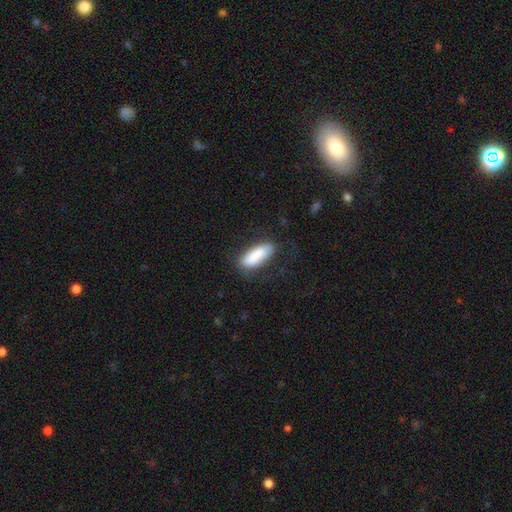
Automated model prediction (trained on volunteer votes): smooth 84%, featured or disk 10%, star or artifact 6%. Down the decision tree: how rounded — in between (65%); merging — none (73%).